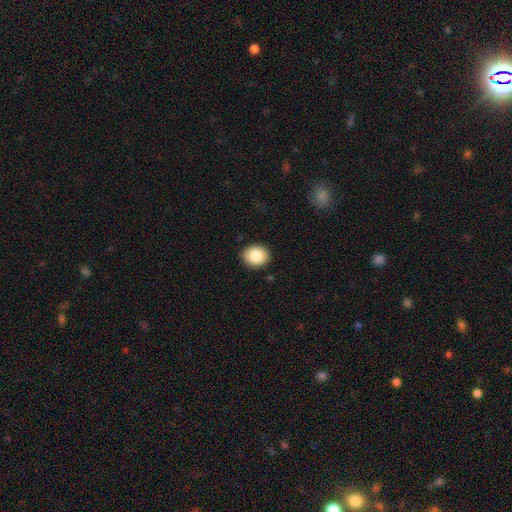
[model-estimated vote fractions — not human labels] Morphology: type=smooth (85%); roundness=round (57%); merging=none (90%).